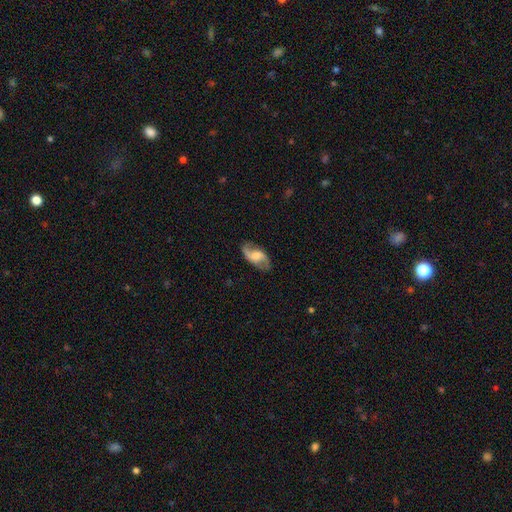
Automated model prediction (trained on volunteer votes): This is likely a featured or disk galaxy (72%). It is clearly not viewed edge-on (95%). Bar: possibly weak (46%). Spiral arm pattern: clearly yes (93%). Spiral arm count: clearly 2 (89%). Spiral winding: possibly loose (58%). Central bulge: marginally moderate (36%). Merging: likely none (78%).